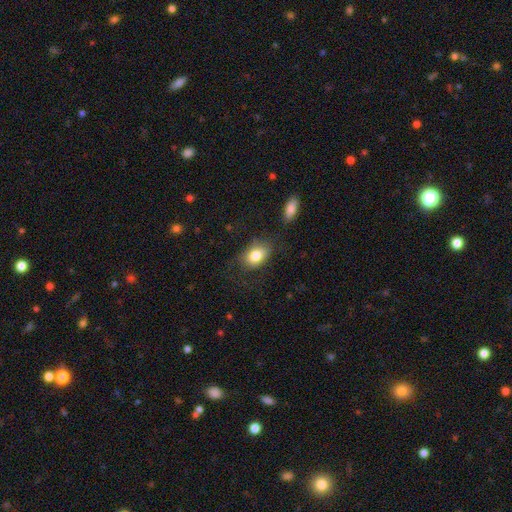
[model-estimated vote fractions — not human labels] smooth_or_featured: smooth (p=0.81) [alt: featured or disk p=0.11]
how_rounded: in between (p=0.80) [alt: round p=0.19]
merging: none (p=0.68) [alt: minor disturbance p=0.20]